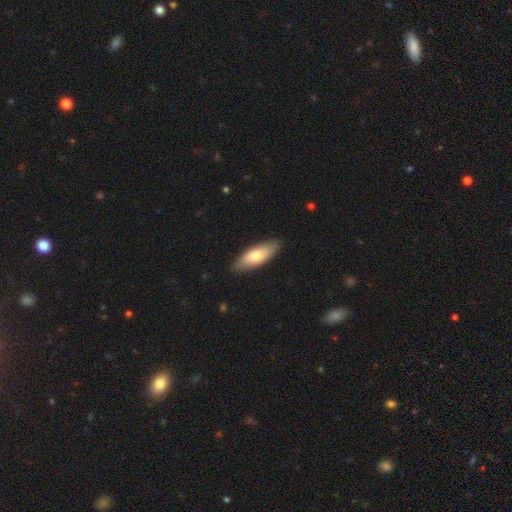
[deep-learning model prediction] Morphology: type=smooth (73%); roundness=in between (62%); merging=none (87%).